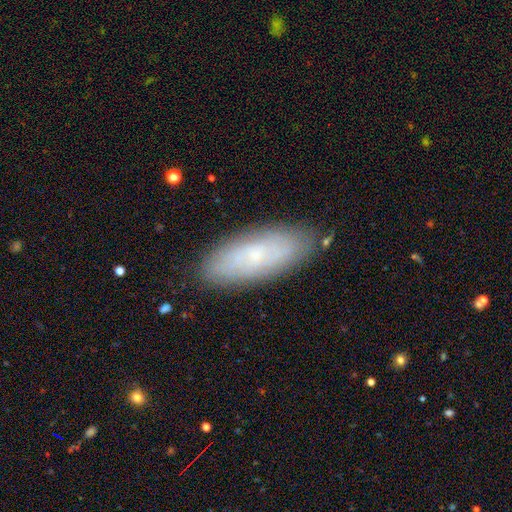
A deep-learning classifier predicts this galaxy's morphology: Smooth or featured? Predicted: smooth (p=0.55). How rounded? Predicted: in between (p=0.73). Merging? Predicted: none (p=0.83).